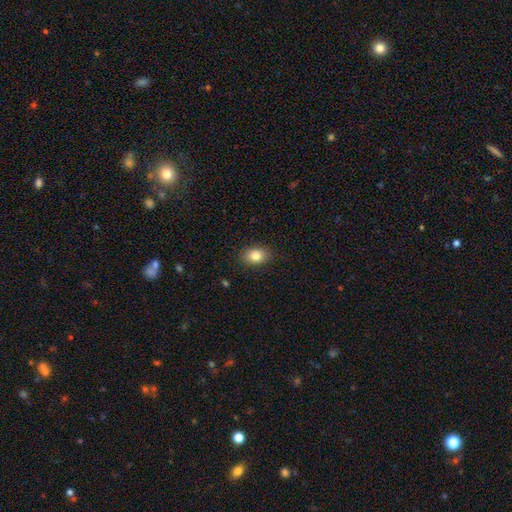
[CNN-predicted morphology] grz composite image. It shows a smooth galaxy with no disk features (82%) that is in between round and cigar-shaped (73%). Merging: none (88%).